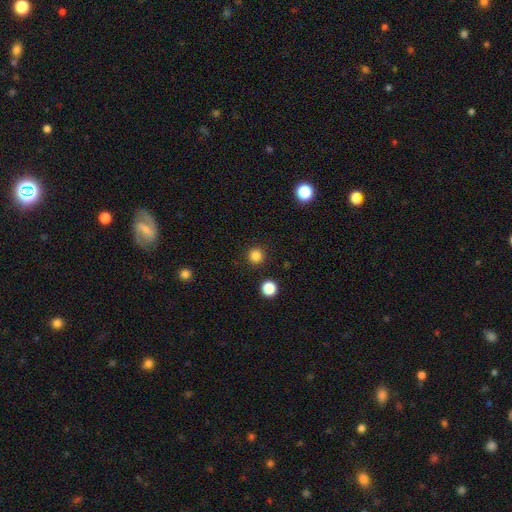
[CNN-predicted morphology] Overall: smooth (84%). How rounded: round (95%). Merging: none (92%).